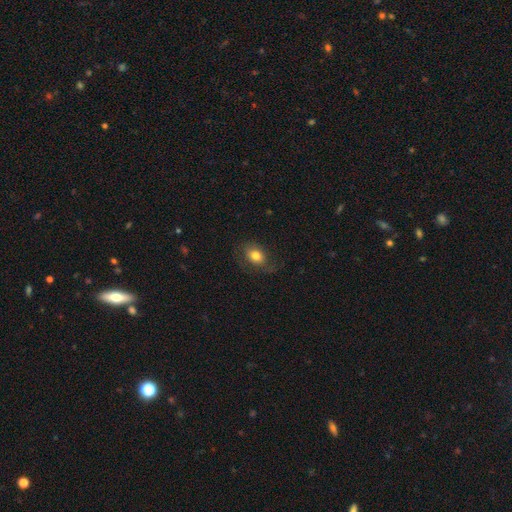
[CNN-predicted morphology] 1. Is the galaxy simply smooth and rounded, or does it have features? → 74% smooth, 18% featured or disk, 9% star or artifact.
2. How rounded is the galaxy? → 73% in between, 26% round, 1% cigar-shaped.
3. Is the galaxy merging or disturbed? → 65% none, 21% minor disturbance, 12% major disturbance, 1% merger.